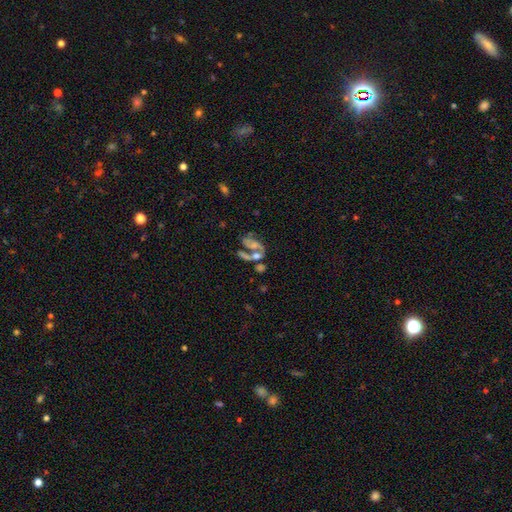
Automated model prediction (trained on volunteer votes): featured or disk 61%, smooth 27%, star or artifact 12%. Down the decision tree: edge-on disk — no (96%); bar — no (69%); spiral arms — yes (64%); bulge size — moderate (32%); merging — merger (47%).